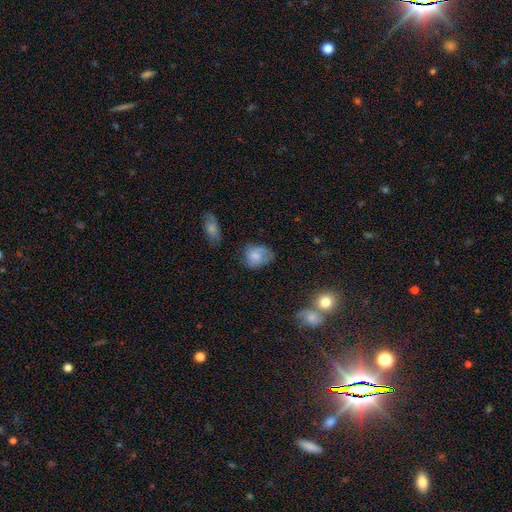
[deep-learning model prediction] Morphology: type=smooth (72%); roundness=in between (57%); merging=none (48%).